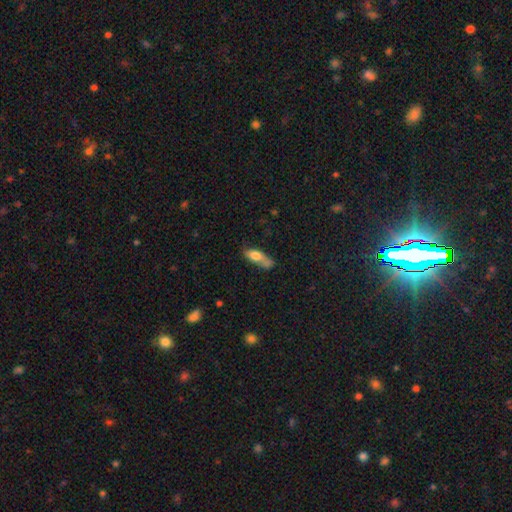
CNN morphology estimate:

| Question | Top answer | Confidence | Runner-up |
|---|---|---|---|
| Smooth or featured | smooth | 71% | featured or disk (21%) |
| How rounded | in between | 67% | cigar-shaped (28%) |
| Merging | none | 33% | merger (30%) |